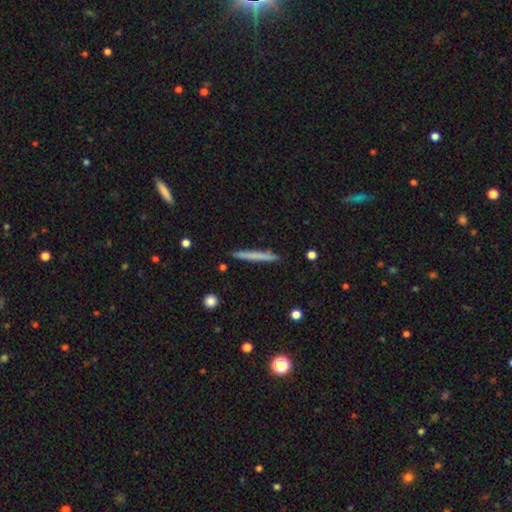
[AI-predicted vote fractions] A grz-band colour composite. It shows a smooth galaxy with no disk features (69%) that is cigar-shaped (97%). Merging: none (90%).